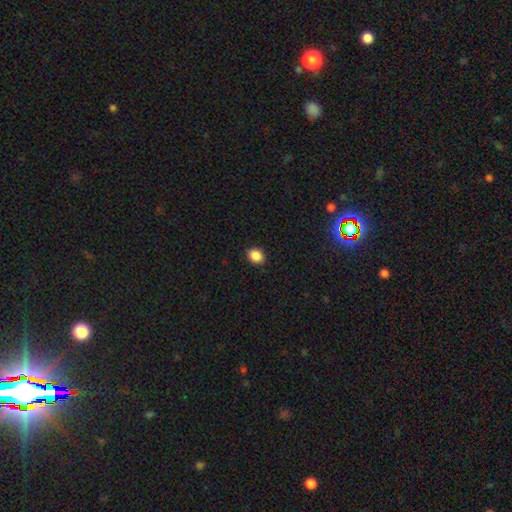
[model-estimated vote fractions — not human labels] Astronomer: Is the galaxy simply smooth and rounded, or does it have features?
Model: smooth — 88%.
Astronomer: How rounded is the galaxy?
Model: round — 60% (runner-up: in between, 39%).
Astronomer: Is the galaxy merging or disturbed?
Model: none — 91%.